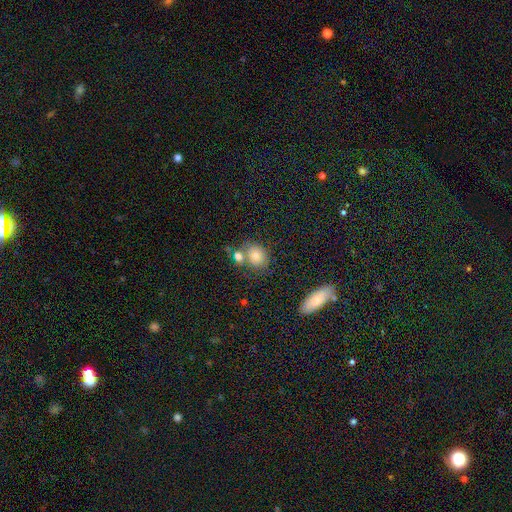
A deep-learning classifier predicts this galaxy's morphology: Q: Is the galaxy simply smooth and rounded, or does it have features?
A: smooth — 75%.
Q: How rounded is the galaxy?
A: round — 65%.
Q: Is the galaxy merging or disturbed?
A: none — 60%.